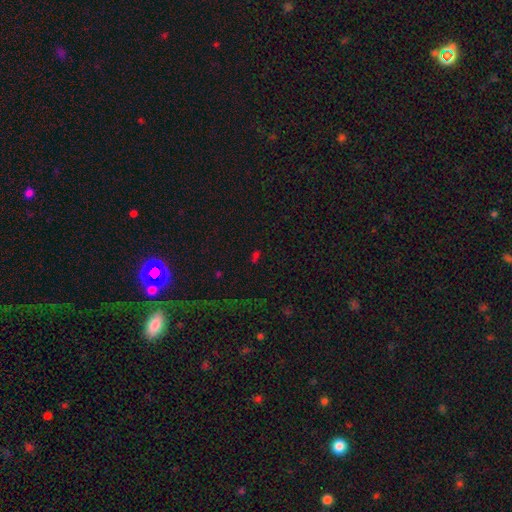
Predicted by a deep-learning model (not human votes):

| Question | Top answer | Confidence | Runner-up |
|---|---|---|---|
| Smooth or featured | star or artifact | 55% | smooth (37%) |